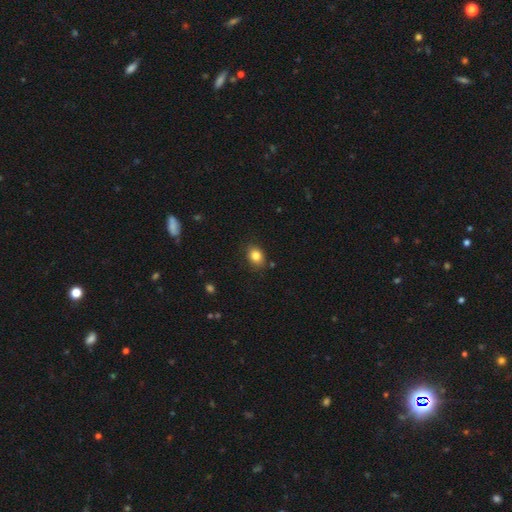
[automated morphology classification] The model was most divided on "how rounded": in between: 57%, round: 42%, cigar-shaped: 1%. More confident: merging — none (83%); smooth or featured — smooth (83%).